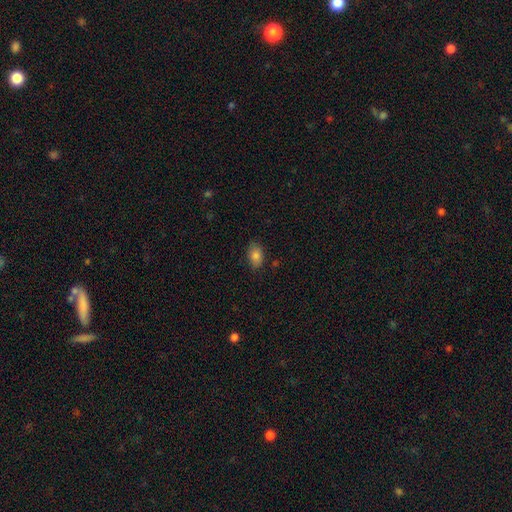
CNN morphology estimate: smooth 83%, star or artifact 9%, featured or disk 8%. Down the decision tree: how rounded — in between (89%); merging — none (83%).